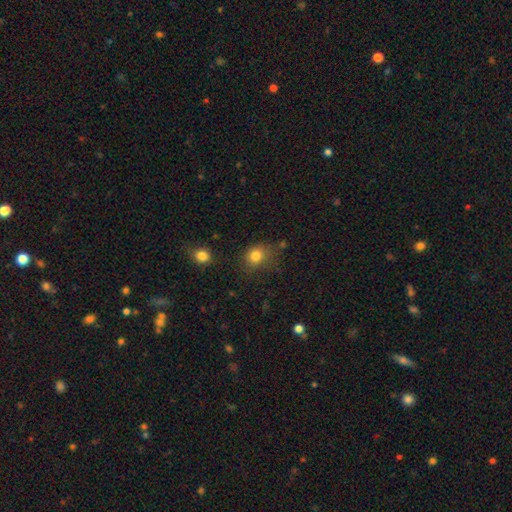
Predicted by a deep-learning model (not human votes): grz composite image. It shows a smooth galaxy with no disk features (81%) that is round (66%). Merging: none (64%).